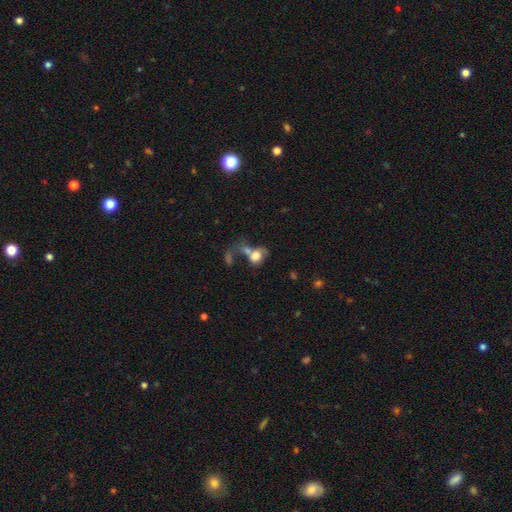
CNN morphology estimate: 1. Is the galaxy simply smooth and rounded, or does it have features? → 70% smooth, 20% featured or disk, 10% star or artifact.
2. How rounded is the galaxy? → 58% in between, 40% round, 2% cigar-shaped.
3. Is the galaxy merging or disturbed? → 50% merger, 21% major disturbance, 18% none, 11% minor disturbance.